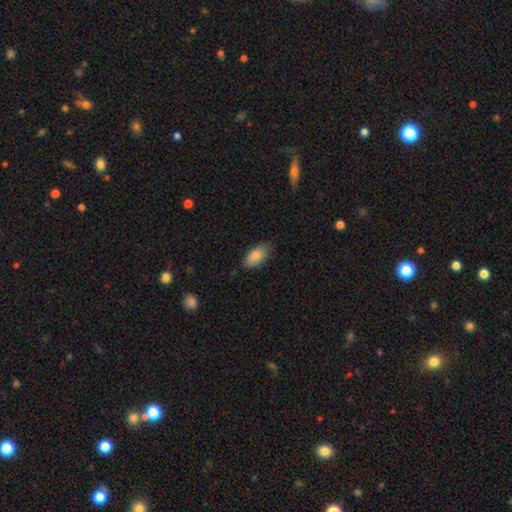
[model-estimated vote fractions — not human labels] smooth_or_featured: smooth (p=0.84) [alt: featured or disk p=0.10]
how_rounded: in between (p=0.93) [alt: cigar-shaped p=0.04]
merging: none (p=0.76) [alt: minor disturbance p=0.19]